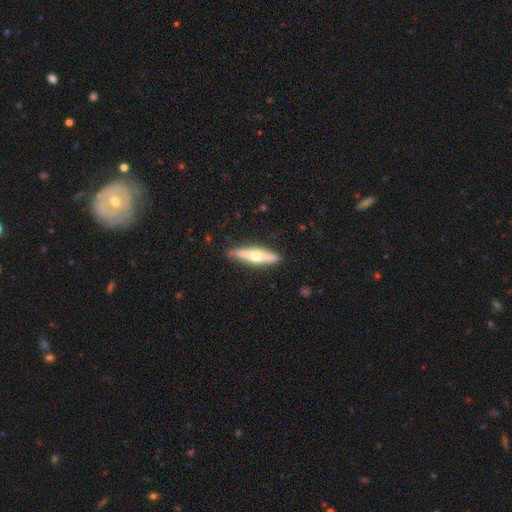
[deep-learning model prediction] Overall: featured or disk (49%; smooth 46%). Merging: none (86%).